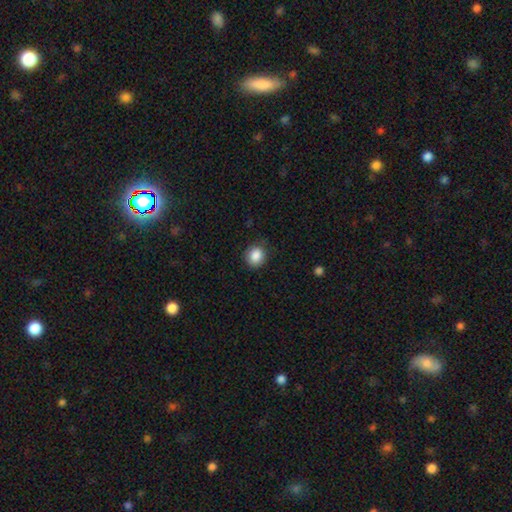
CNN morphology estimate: Smooth or featured: smooth — 87% (star or artifact — 9%)
How rounded: round — 73% (in between — 26%)
Merging: none — 82% (minor disturbance — 13%)